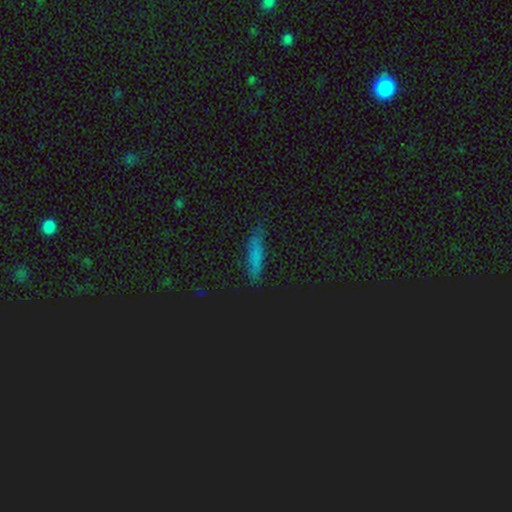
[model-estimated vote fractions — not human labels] smooth_or_featured: smooth (p=0.67) [alt: star or artifact p=0.20]
how_rounded: cigar-shaped (p=0.76) [alt: in between p=0.21]
merging: none (p=0.80) [alt: minor disturbance p=0.15]